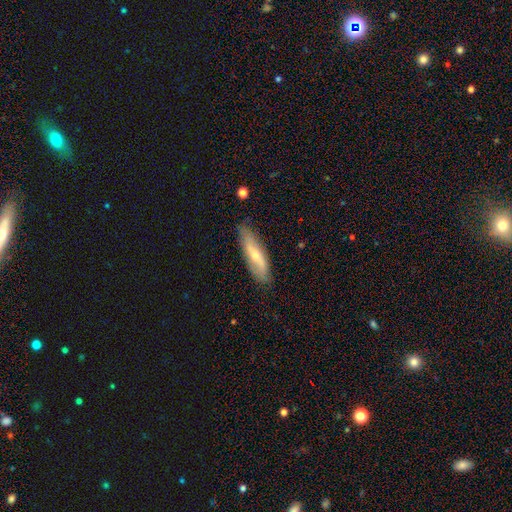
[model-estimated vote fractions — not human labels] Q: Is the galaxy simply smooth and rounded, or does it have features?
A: featured or disk — 51%.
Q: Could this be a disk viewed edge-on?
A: no — 59%.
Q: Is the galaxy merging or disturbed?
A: none — 80%.